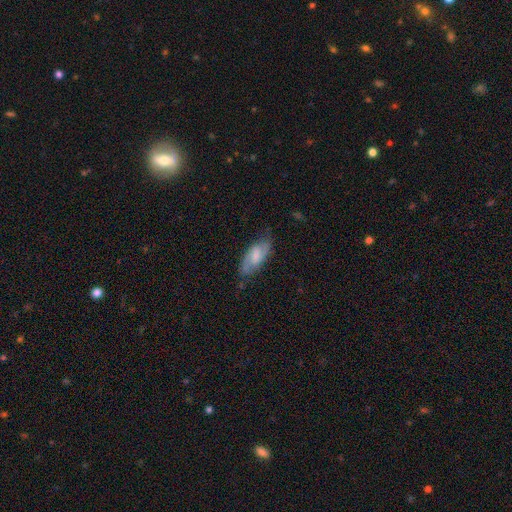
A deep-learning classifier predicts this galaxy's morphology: This is possibly a featured or disk galaxy (53%). It is clearly not viewed edge-on (90%). Merging: likely none (70%).